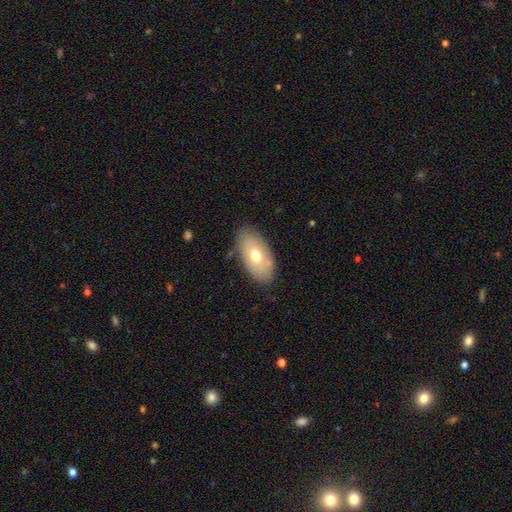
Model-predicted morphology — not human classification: A smooth galaxy with no disk features (65%) that is in between round and cigar-shaped (93%).

Vote fractions:
- Smooth or featured? smooth: 65% / featured or disk: 28% / star or artifact: 7%
- How rounded? in between: 93% / round: 4% / cigar-shaped: 3%
- Merging? none: 79% / minor disturbance: 15% / major disturbance: 4% / merger: 3%